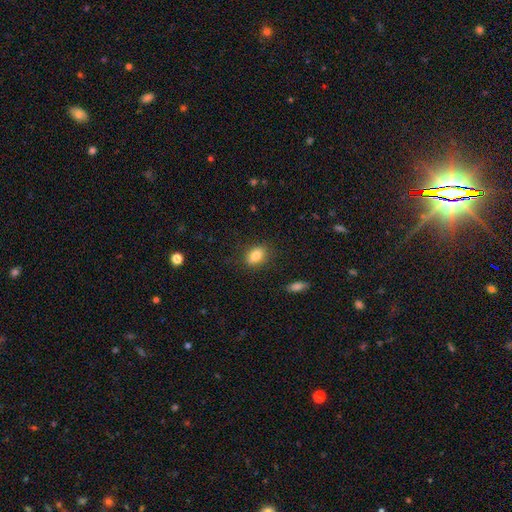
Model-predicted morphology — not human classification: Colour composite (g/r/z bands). It shows a smooth galaxy with no disk features (84%) that is in between round and cigar-shaped (81%). Merging: none (85%).